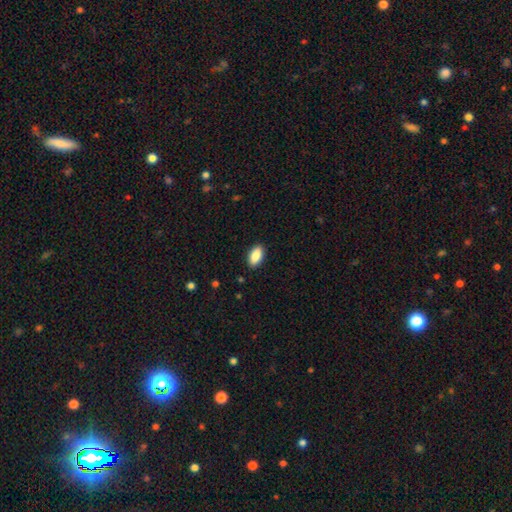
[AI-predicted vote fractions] Smooth or featured? smooth (88%)
How rounded? in between (92%)
Merging? none (89%)